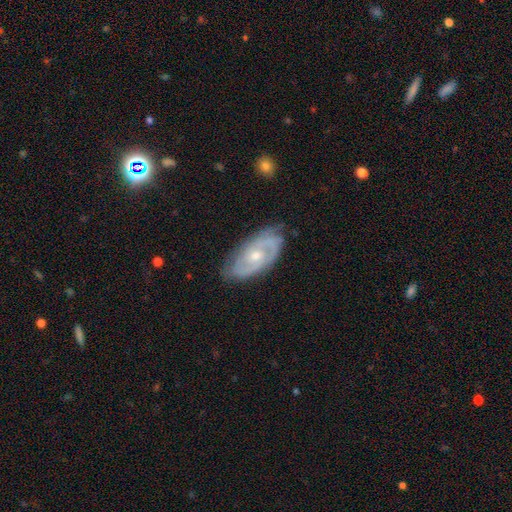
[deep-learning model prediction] Overall: featured or disk (82%). Edge-on disk: no (94%). Bar: no (63%; weak 31%). Spiral arms: yes (93%). Spiral arm count: 2 (62%). Spiral winding: tight (53%; medium 38%). Bulge size: small (52%; moderate 44%). Merging: none (75%).